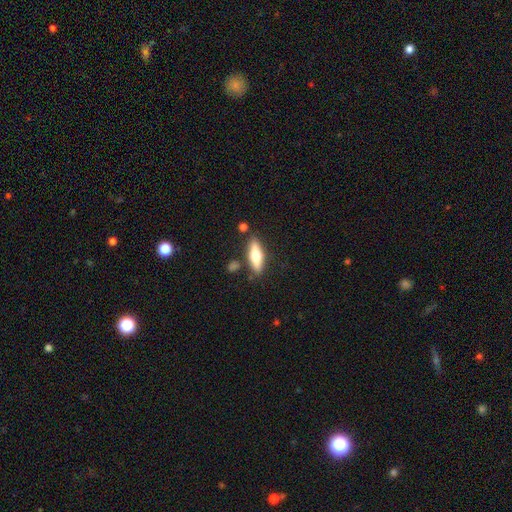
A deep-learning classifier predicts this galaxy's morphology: A smooth galaxy with no disk features (59%) that is cigar-shaped (53%).

Vote fractions:
- Smooth or featured? smooth: 59% / featured or disk: 36% / star or artifact: 6%
- How rounded? cigar-shaped: 53% / in between: 45% / round: 3%
- Merging? none: 82% / minor disturbance: 11% / merger: 5% / major disturbance: 3%